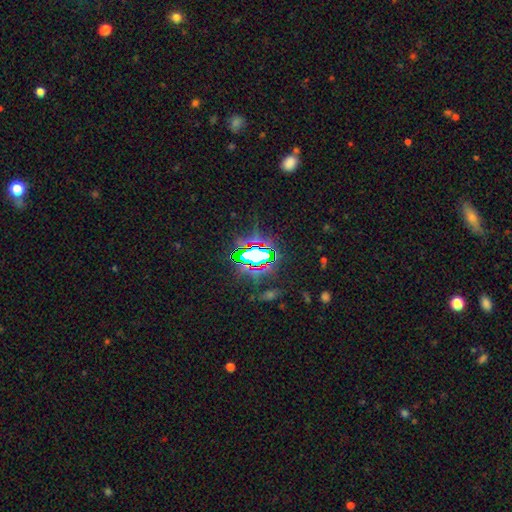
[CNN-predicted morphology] Smooth or featured: star or artifact — 71% (smooth — 17%)